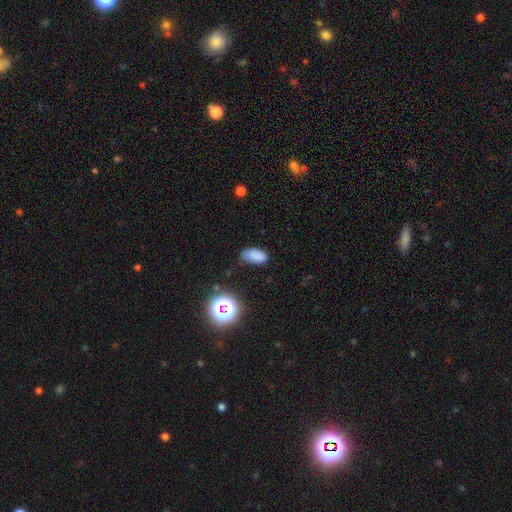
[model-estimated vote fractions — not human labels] Smooth or featured? smooth (80%)
How rounded? in between (90%)
Merging? none (70%)